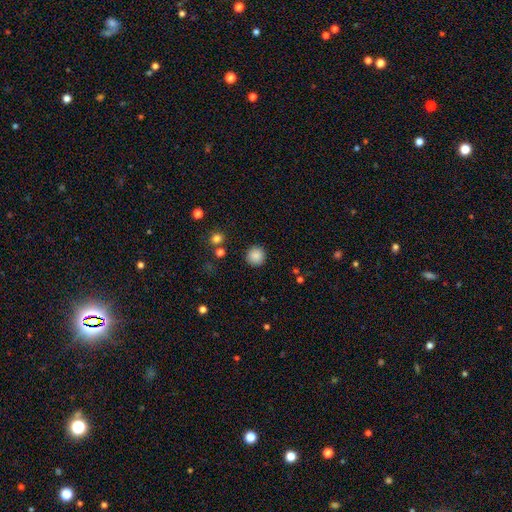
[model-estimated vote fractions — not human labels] A smooth galaxy with no disk features (87%) that is round (95%).

Vote fractions:
- Smooth or featured? smooth: 87% / star or artifact: 9% / featured or disk: 4%
- How rounded? round: 95% / in between: 4% / cigar-shaped: 1%
- Merging? none: 91% / minor disturbance: 5% / major disturbance: 2% / merger: 1%